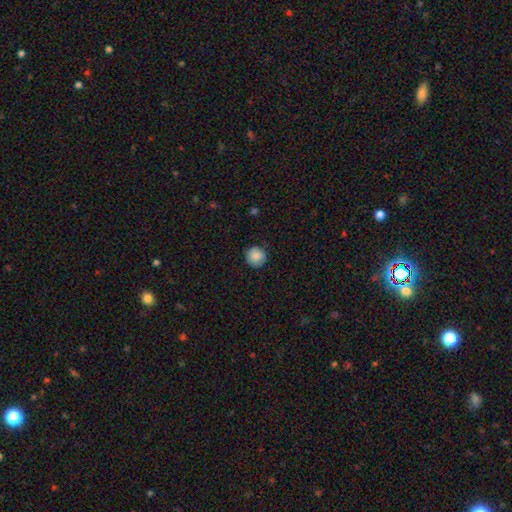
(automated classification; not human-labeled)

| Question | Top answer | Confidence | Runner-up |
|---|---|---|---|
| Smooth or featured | smooth | 87% | star or artifact (8%) |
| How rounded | round | 93% | in between (6%) |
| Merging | none | 84% | minor disturbance (12%) |